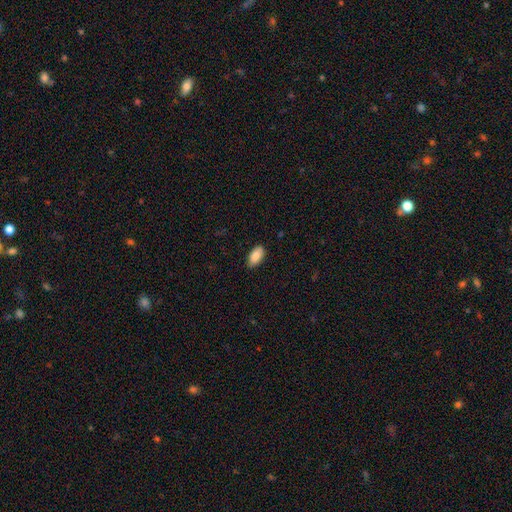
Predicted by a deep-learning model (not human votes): smooth_or_featured: smooth (p=0.88) [alt: star or artifact p=0.07]
how_rounded: in between (p=0.94) [alt: cigar-shaped p=0.03]
merging: none (p=0.87) [alt: minor disturbance p=0.10]